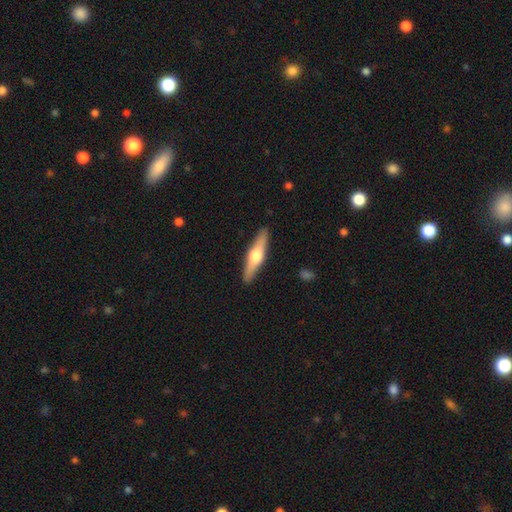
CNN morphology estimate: A featured or disk galaxy (59%) viewed edge-on (95%) with a rounded central bulge (94%).

Vote fractions:
- Smooth or featured? featured or disk: 59% / smooth: 36% / star or artifact: 5%
- Edge-on disk? yes: 95% / no: 5%
- Edge-on bulge? rounded: 94% / boxy: 3% / none: 2%
- Merging? none: 90% / minor disturbance: 7% / major disturbance: 2% / merger: 1%